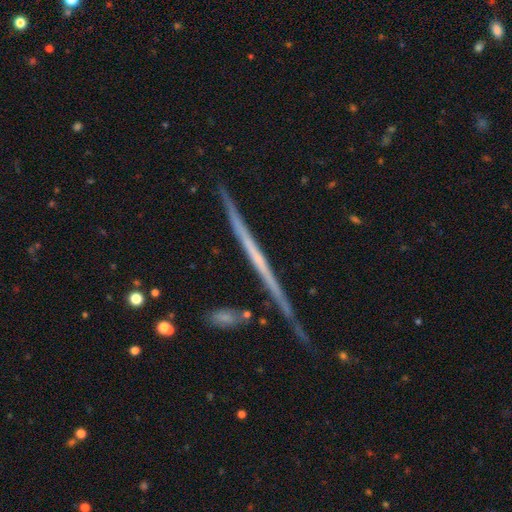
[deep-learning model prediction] featured or disk 73%, smooth 20%, star or artifact 7%. Down the decision tree: edge-on disk — yes (98%); edge-on bulge — none (83%); merging — none (83%).